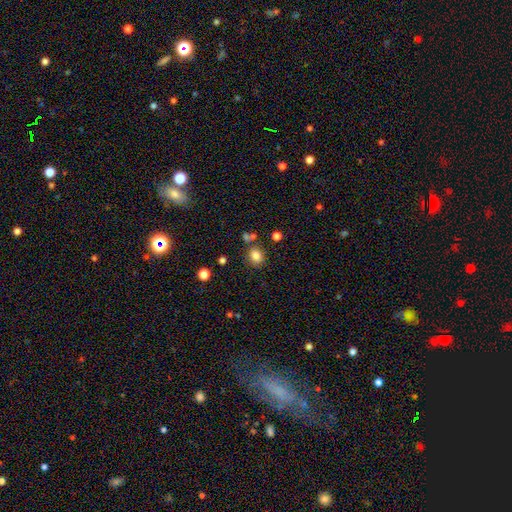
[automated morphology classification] smooth-or-featured: smooth: 83% | star or artifact: 12% | featured or disk: 6%
  how-rounded: round: 71% | in between: 28% | cigar-shaped: 1%
  merging: none: 76% | minor disturbance: 11% | merger: 9% | major disturbance: 4%